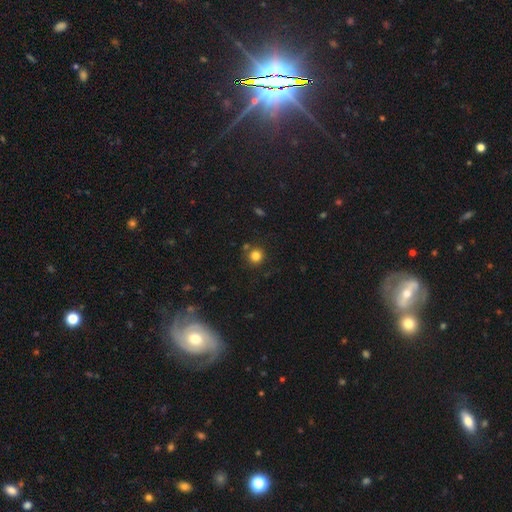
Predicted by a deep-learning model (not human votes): Smooth or featured: smooth — 80% (star or artifact — 14%)
How rounded: round — 92% (in between — 7%)
Merging: none — 81% (minor disturbance — 9%)